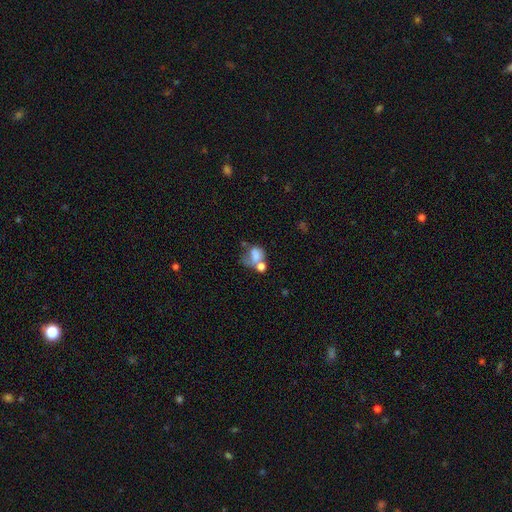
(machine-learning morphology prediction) Smooth or featured?
  - smooth: 62% *
  - featured or disk: 25%
  - star or artifact: 13%
How rounded?
  - in between: 57% *
  - round: 42%
  - cigar-shaped: 1%
Merging?
  - merger: 45% *
  - major disturbance: 24%
  - none: 18%
  - minor disturbance: 13%